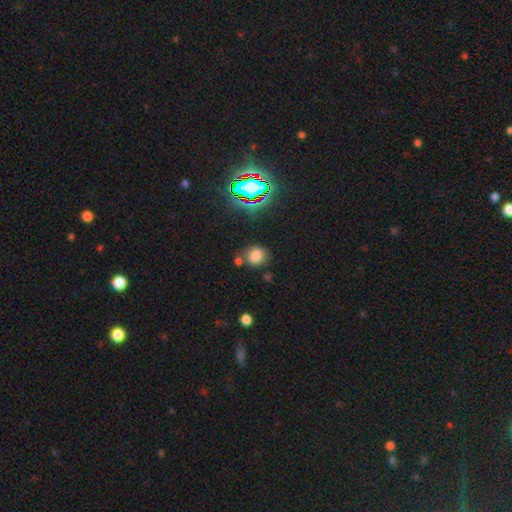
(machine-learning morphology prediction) smooth_or_featured: smooth (p=0.74) [alt: star or artifact p=0.18]
how_rounded: round (p=0.63) [alt: in between p=0.35]
merging: none (p=0.70) [alt: minor disturbance p=0.15]